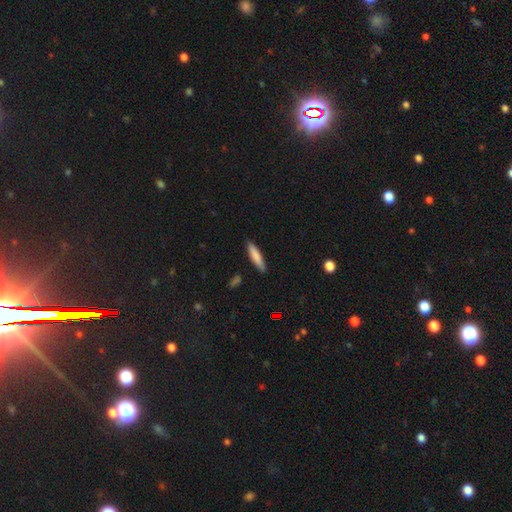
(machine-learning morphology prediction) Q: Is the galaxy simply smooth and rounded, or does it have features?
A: smooth — 78%.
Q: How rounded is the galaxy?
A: cigar-shaped — 86%.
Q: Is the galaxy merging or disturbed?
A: none — 88%.